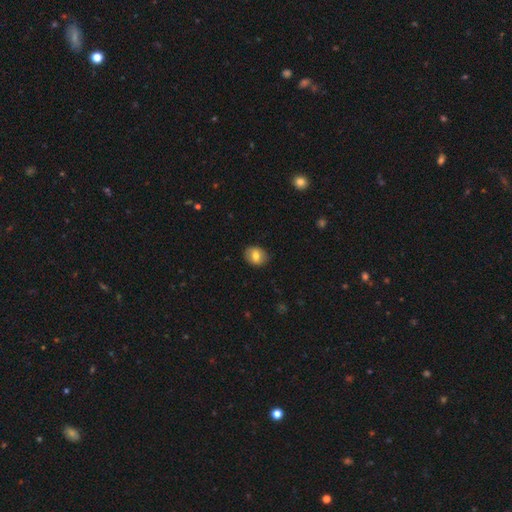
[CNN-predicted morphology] Overall: smooth (72%). How rounded: in between (50%; round 49%). Merging: none (84%).